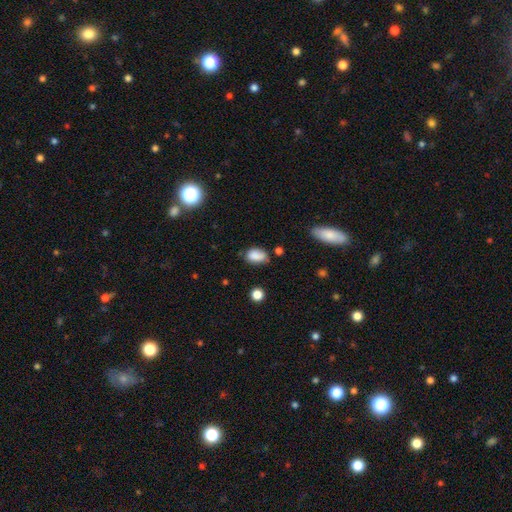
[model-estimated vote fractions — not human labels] smooth-or-featured: smooth: 84% | star or artifact: 9% | featured or disk: 7%
  how-rounded: in between: 85% | round: 13% | cigar-shaped: 2%
  merging: none: 57% | minor disturbance: 31% | major disturbance: 7% | merger: 5%